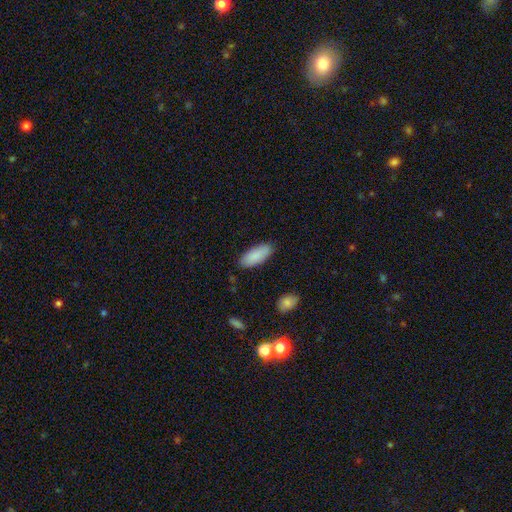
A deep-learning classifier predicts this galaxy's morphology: Overall: smooth (88%). How rounded: in between (83%). Merging: none (85%).